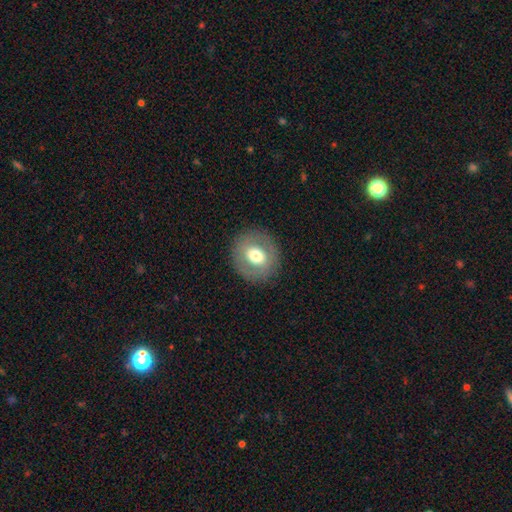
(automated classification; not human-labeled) Smooth or featured?
  - smooth: 62% *
  - featured or disk: 30%
  - star or artifact: 9%
How rounded?
  - round: 83% *
  - in between: 16%
  - cigar-shaped: 1%
Merging?
  - none: 87% *
  - minor disturbance: 8%
  - major disturbance: 4%
  - merger: 1%